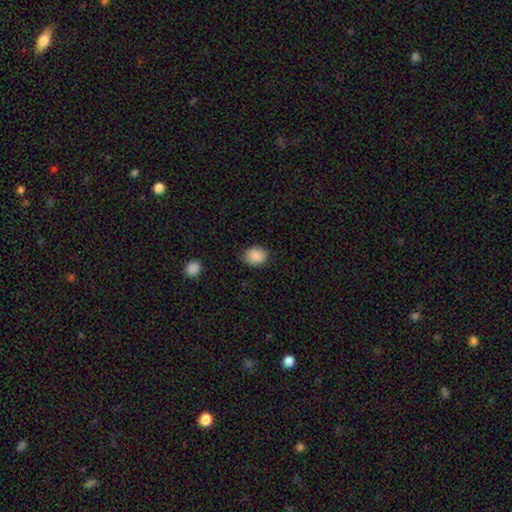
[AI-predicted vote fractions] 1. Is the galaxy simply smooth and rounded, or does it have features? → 89% smooth, 8% star or artifact, 3% featured or disk.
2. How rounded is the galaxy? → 52% round, 47% in between, 1% cigar-shaped.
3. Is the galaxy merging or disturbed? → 83% none, 13% minor disturbance, 3% major disturbance, 1% merger.